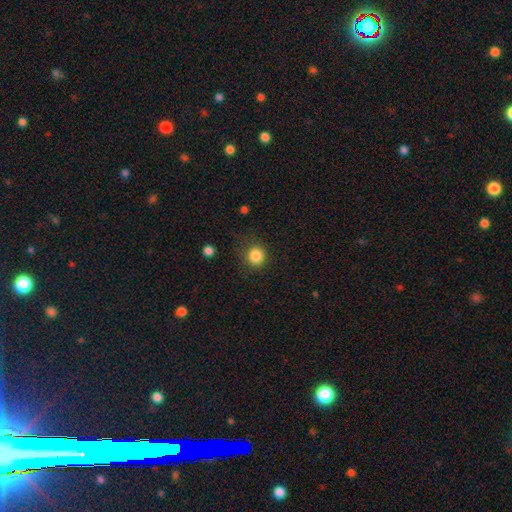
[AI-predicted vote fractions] smooth_or_featured: smooth (p=0.85) [alt: star or artifact p=0.11]
how_rounded: round (p=0.91) [alt: in between p=0.08]
merging: none (p=0.84) [alt: minor disturbance p=0.10]